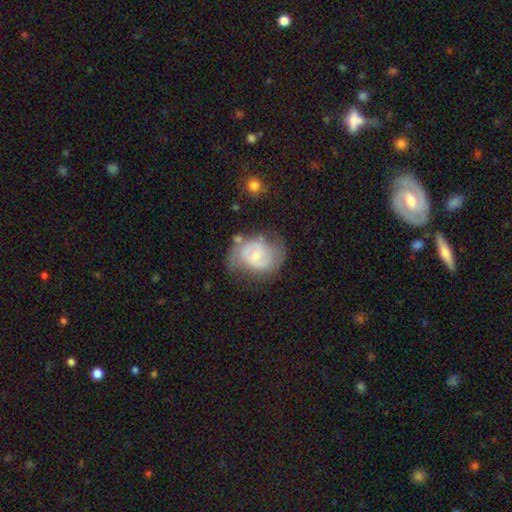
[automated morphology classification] This appears to be a featured or disk galaxy (69%) with no bar (51%), 2 (69%) medium (45%) spiral arms (82%) and a small central bulge (55%). Merging: none (51%).